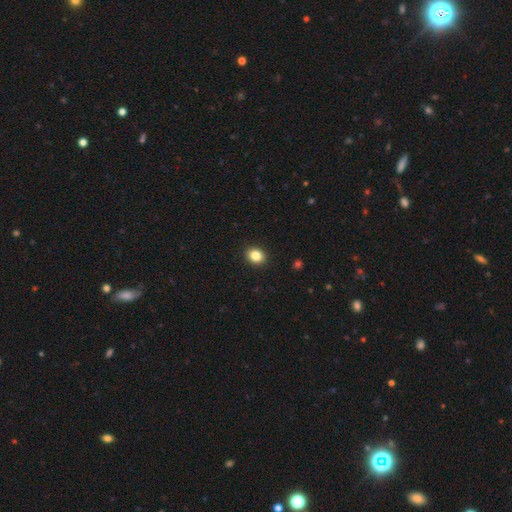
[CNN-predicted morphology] A smooth galaxy with no disk features (84%) that is round (58%). Merging: none (92%).